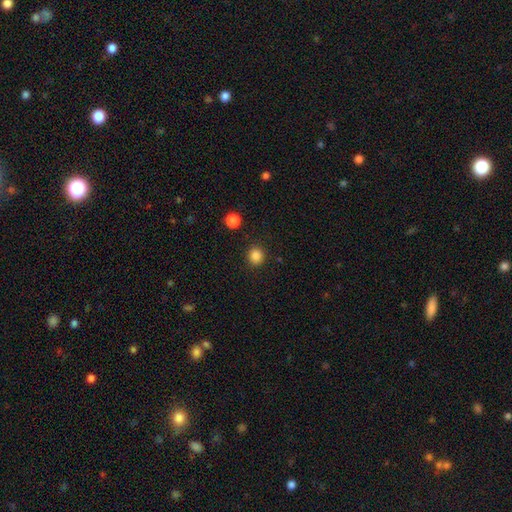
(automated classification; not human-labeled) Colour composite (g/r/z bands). It shows a smooth galaxy with no disk features (86%) that is round (87%). Merging: none (90%).